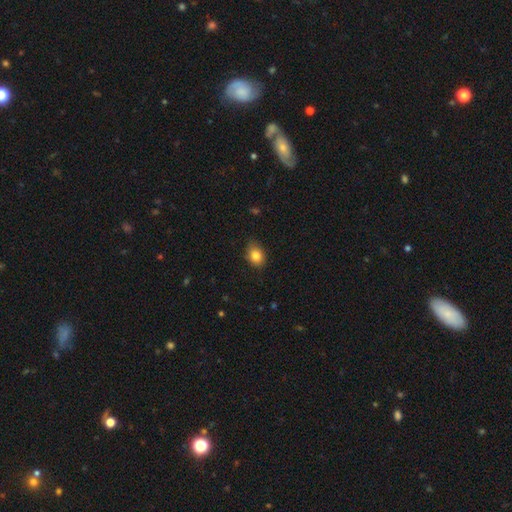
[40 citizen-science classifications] Smooth or featured?
  - smooth: 90% *
  - featured or disk: 5%
  - star or artifact: 5%
How rounded?
  - in between: 86% *
  - round: 11%
  - cigar-shaped: 3%
Merging?
  - none: 68% *
  - minor disturbance: 32%
  - major disturbance: 0%
  - merger: 0%